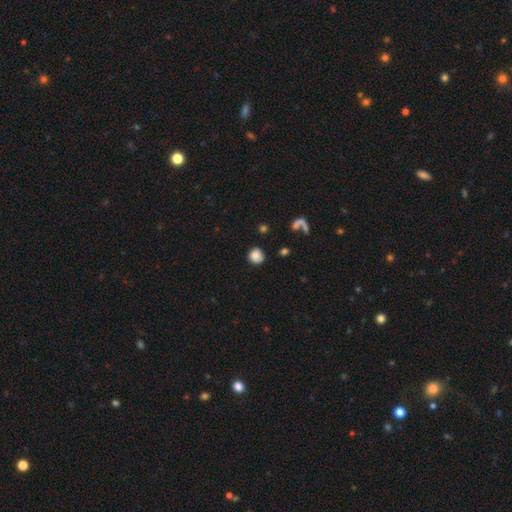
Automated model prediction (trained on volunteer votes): Smooth or featured?
  - smooth: 81% *
  - star or artifact: 10%
  - featured or disk: 9%
How rounded?
  - round: 90% *
  - in between: 9%
  - cigar-shaped: 1%
Merging?
  - none: 83% *
  - minor disturbance: 10%
  - major disturbance: 5%
  - merger: 3%